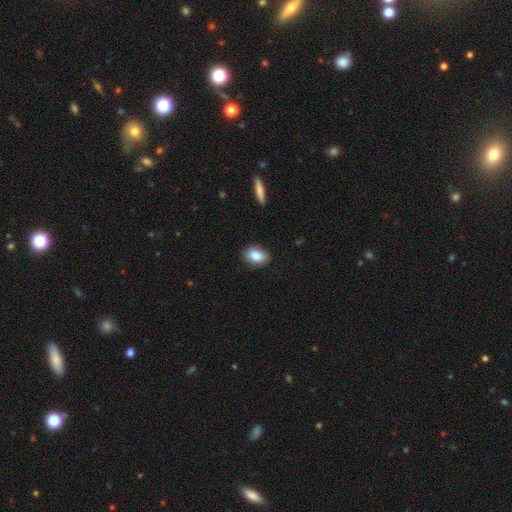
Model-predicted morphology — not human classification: Overall: smooth (83%). How rounded: in between (80%). Merging: none (82%).